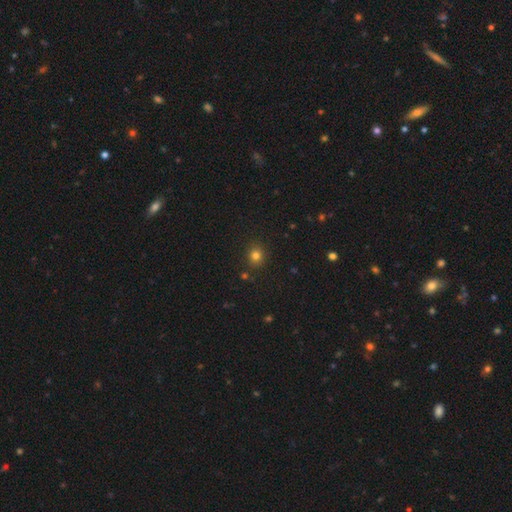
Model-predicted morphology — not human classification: Smooth or featured?
  - smooth: 78% *
  - star or artifact: 16%
  - featured or disk: 6%
How rounded?
  - round: 82% *
  - in between: 17%
  - cigar-shaped: 1%
Merging?
  - none: 86% *
  - minor disturbance: 9%
  - merger: 3%
  - major disturbance: 2%